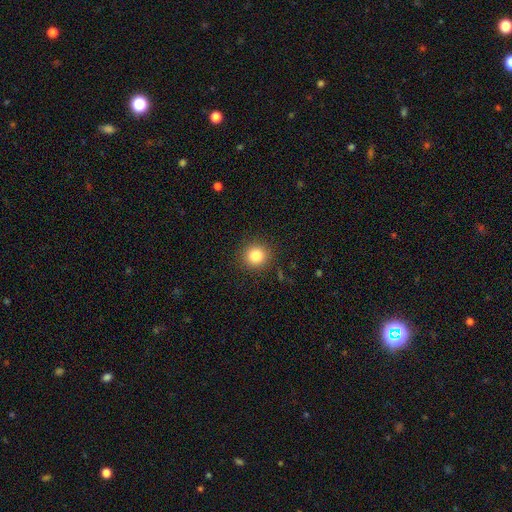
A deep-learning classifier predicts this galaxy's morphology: Overall: smooth (84%). How rounded: round (92%). Merging: none (90%).